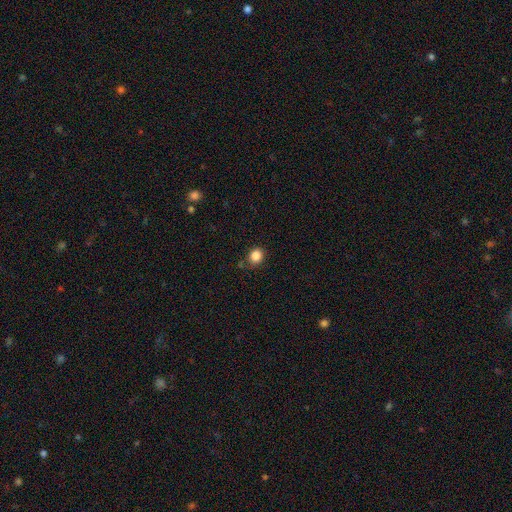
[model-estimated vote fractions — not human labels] A smooth galaxy with no disk features (85%) that is round (65%). Merging: none (81%).